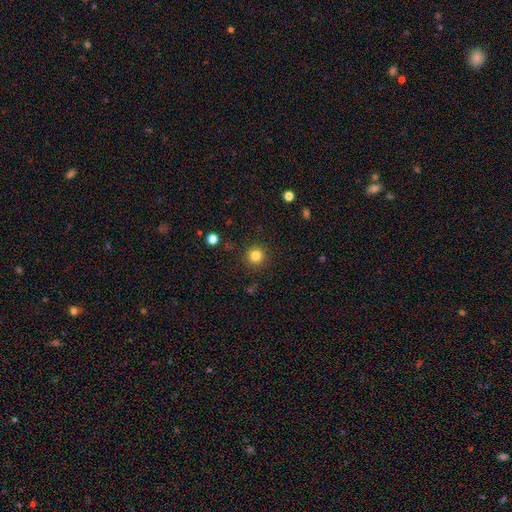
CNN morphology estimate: smooth 83%, star or artifact 12%, featured or disk 5%. Down the decision tree: how rounded — round (95%); merging — none (91%).